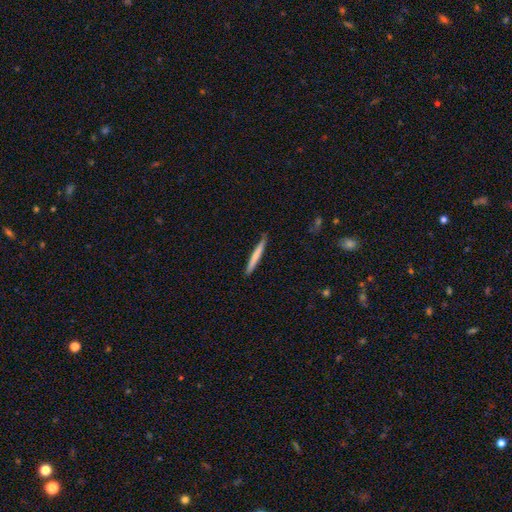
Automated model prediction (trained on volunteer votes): The model was most divided on "smooth or featured": smooth: 69%, featured or disk: 26%, star or artifact: 5%. More confident: how rounded — cigar-shaped (96%); merging — none (83%).